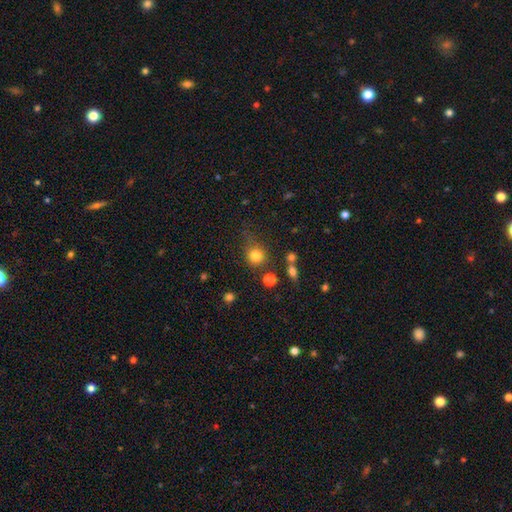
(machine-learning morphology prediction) smooth-or-featured: smooth: 79% | star or artifact: 14% | featured or disk: 7%
  how-rounded: round: 88% | in between: 11% | cigar-shaped: 1%
  merging: none: 69% | minor disturbance: 17% | merger: 8% | major disturbance: 7%